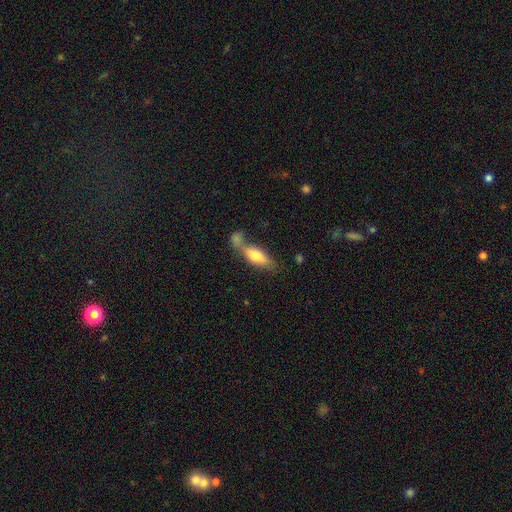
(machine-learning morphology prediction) type=smooth (70%); roundness=in between (67%); merging=none (40%).